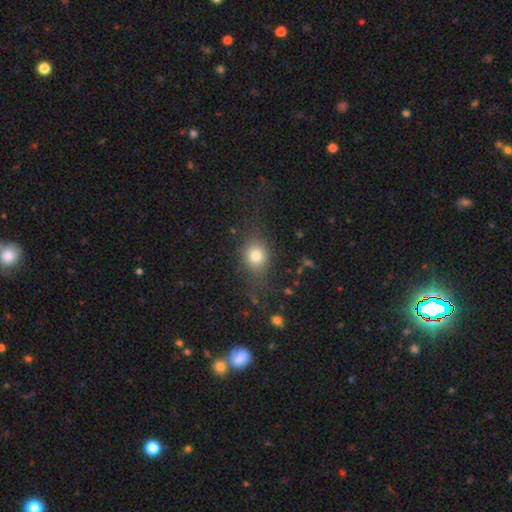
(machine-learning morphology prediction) type=smooth (77%); roundness=round (58%); merging=none (68%).